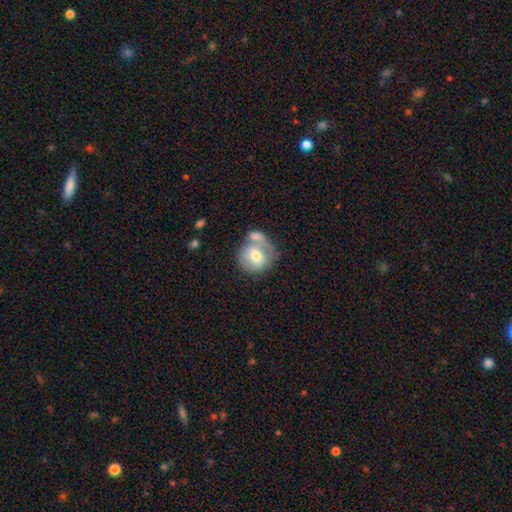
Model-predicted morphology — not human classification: This is likely a smooth galaxy (68%). How rounded: clearly round (82%). Merging: possibly merger (48%).